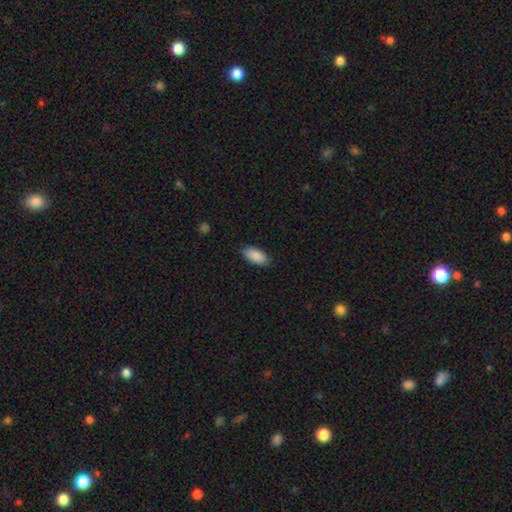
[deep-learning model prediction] This is clearly a smooth galaxy (89%). How rounded: clearly in between (92%). Merging: clearly none (86%).